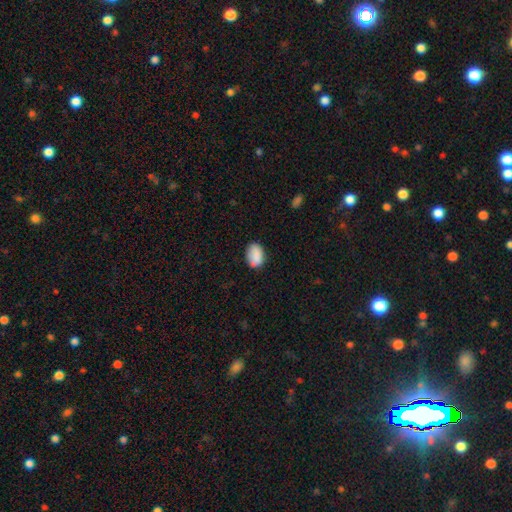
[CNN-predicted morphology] A smooth galaxy with no disk features (86%) that is in between round and cigar-shaped (85%).

Vote fractions:
- Smooth or featured? smooth: 86% / star or artifact: 8% / featured or disk: 6%
- How rounded? in between: 85% / round: 13% / cigar-shaped: 1%
- Merging? none: 76% / minor disturbance: 18% / major disturbance: 4% / merger: 1%